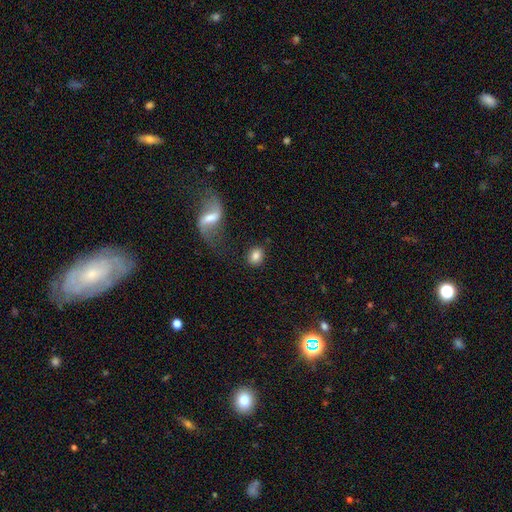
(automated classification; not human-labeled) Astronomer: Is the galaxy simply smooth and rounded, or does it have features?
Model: smooth — 79%.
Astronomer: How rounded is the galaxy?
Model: round — 56% (runner-up: in between, 42%).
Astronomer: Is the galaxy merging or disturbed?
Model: none — 79%.